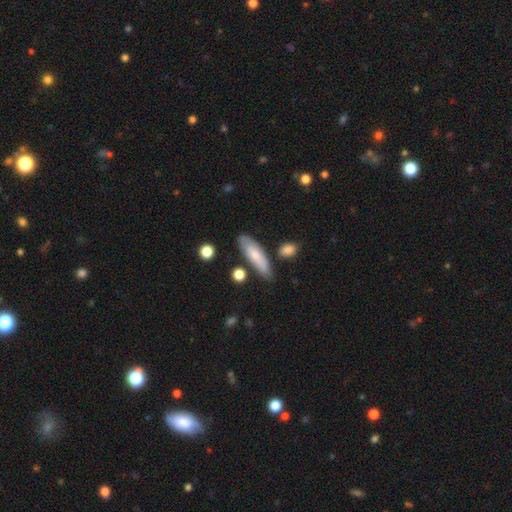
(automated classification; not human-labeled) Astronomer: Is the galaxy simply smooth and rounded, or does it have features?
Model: smooth — 67%.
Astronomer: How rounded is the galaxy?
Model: in between — 50% (runner-up: cigar-shaped, 48%).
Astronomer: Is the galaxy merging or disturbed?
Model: none — 73%.